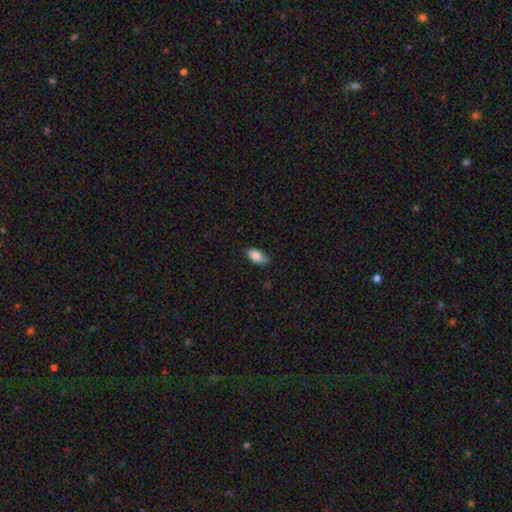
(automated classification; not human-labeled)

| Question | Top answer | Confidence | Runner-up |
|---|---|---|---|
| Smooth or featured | smooth | 86% | star or artifact (7%) |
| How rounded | in between | 91% | cigar-shaped (5%) |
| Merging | none | 74% | minor disturbance (22%) |